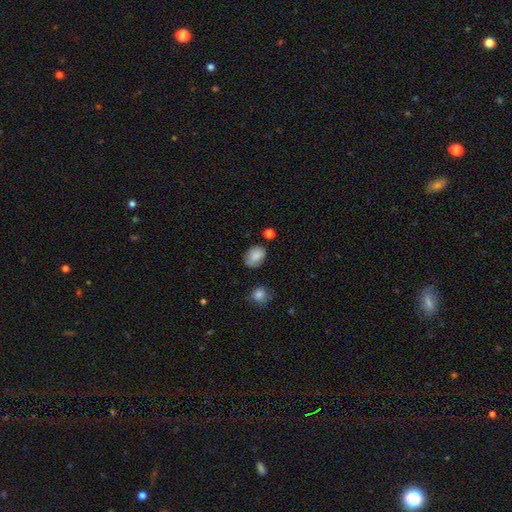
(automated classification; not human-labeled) This is clearly a smooth galaxy (84%). How rounded: likely in between (70%). Merging: likely none (70%).